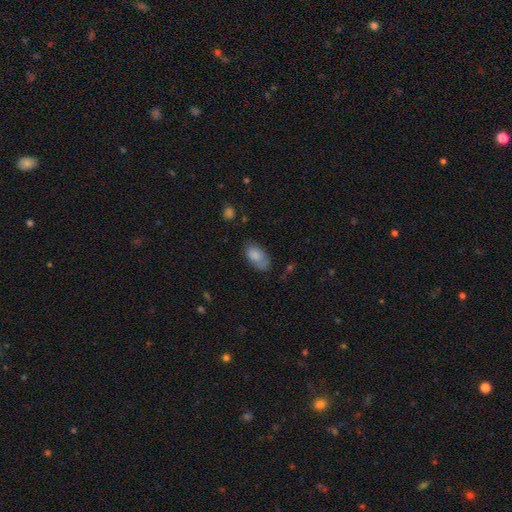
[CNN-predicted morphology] Q: Smooth or featured?
A: smooth (83%); runner-up: featured or disk (9%)
Q: How rounded?
A: in between (93%); runner-up: round (5%)
Q: Merging?
A: none (59%); runner-up: minor disturbance (28%)